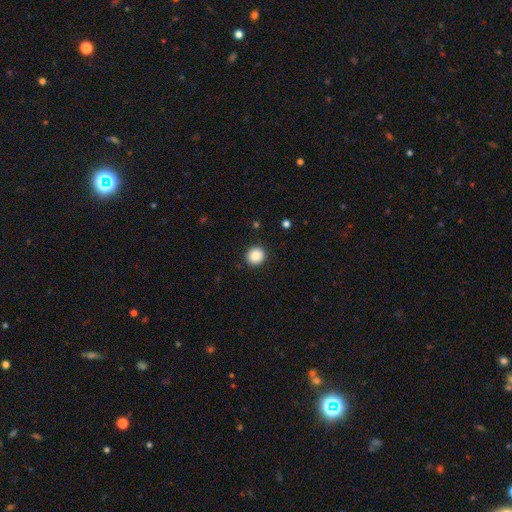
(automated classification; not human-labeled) A smooth galaxy with no disk features (86%) that is round (92%). Merging: none (91%).